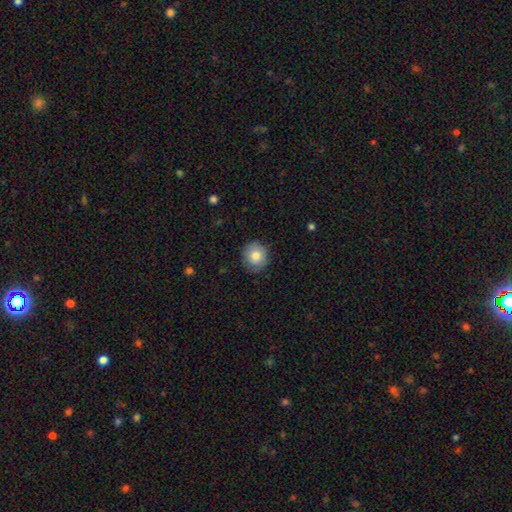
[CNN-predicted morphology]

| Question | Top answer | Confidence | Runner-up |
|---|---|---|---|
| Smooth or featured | smooth | 77% | featured or disk (14%) |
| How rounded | round | 87% | in between (12%) |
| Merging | none | 82% | minor disturbance (14%) |